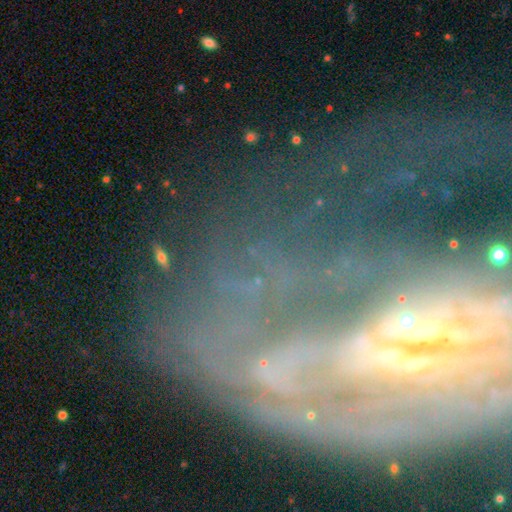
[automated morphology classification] A featured or disk galaxy (67%) with no bar (50%), spiral arms (62%) and a small central bulge (41%).

Vote fractions:
- Smooth or featured? featured or disk: 67% / star or artifact: 19% / smooth: 14%
- Edge-on disk? no: 87% / yes: 13%
- Bar? no: 50% / strong: 25% / weak: 25%
- Spiral arms? yes: 62% / no: 38%
- Bulge size? small: 41% / moderate: 30% / none: 16% / large: 9% / dominant: 4%
- Merging? none: 46% / major disturbance: 29% / minor disturbance: 16% / merger: 9%